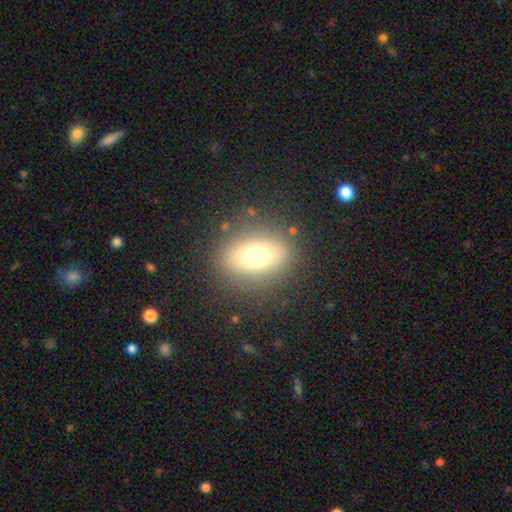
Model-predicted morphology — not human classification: This appears to be a smooth galaxy with no disk features (69%) that is in between round and cigar-shaped (65%). Merging: none (84%).